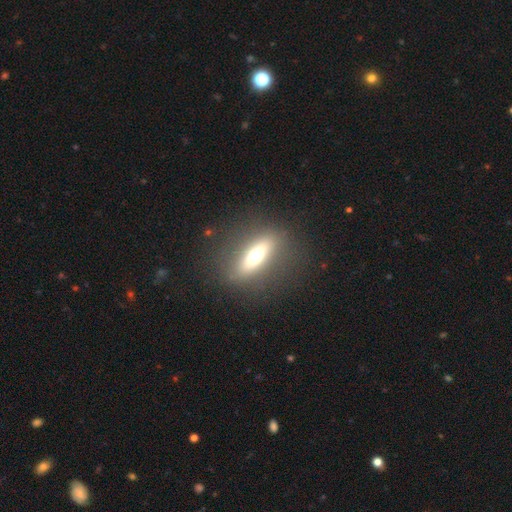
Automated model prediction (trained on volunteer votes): smooth 49%, featured or disk 42%, star or artifact 9%. Down the decision tree: merging — none (83%).